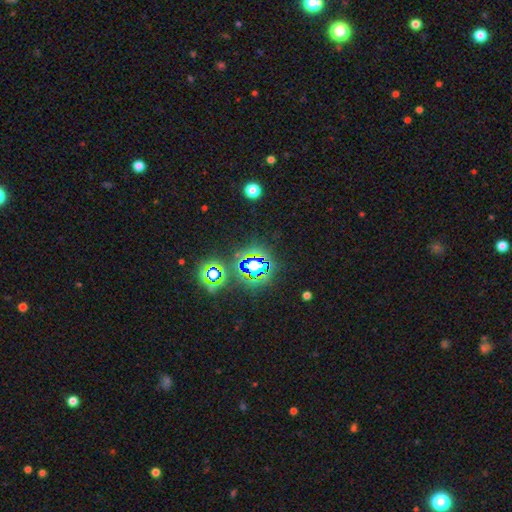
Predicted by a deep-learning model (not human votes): A star or artifact, not a galaxy (79%).

Vote fractions:
- Smooth or featured? star or artifact: 79% / smooth: 13% / featured or disk: 8%